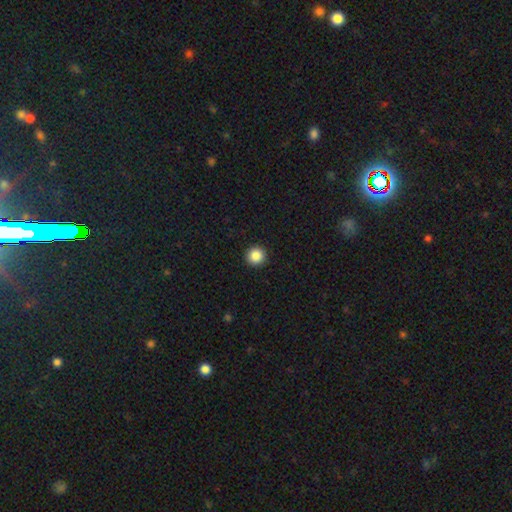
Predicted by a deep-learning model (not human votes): Morphology: type=smooth (87%); roundness=round (96%); merging=none (94%).